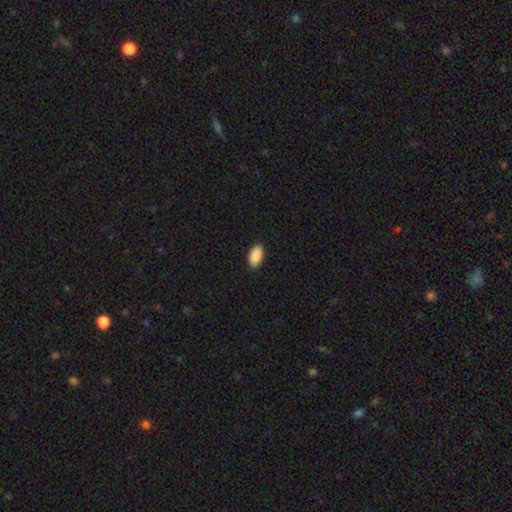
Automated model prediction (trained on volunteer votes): A smooth galaxy with no disk features (91%) that is in between round and cigar-shaped (94%). Merging: none (90%).